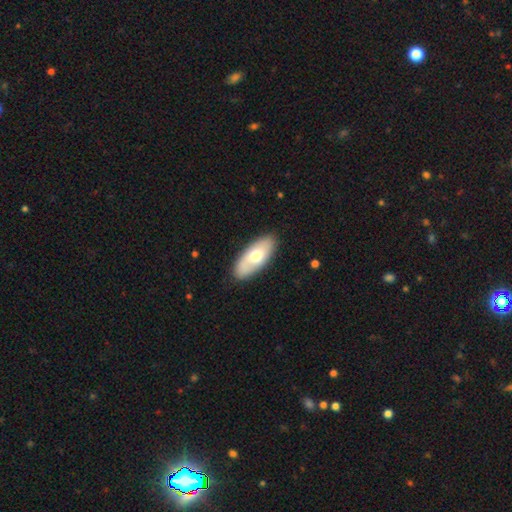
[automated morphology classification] smooth-or-featured: smooth: 65% | featured or disk: 30% | star or artifact: 5%
  how-rounded: in between: 86% | cigar-shaped: 11% | round: 2%
  merging: none: 85% | minor disturbance: 11% | major disturbance: 3% | merger: 1%